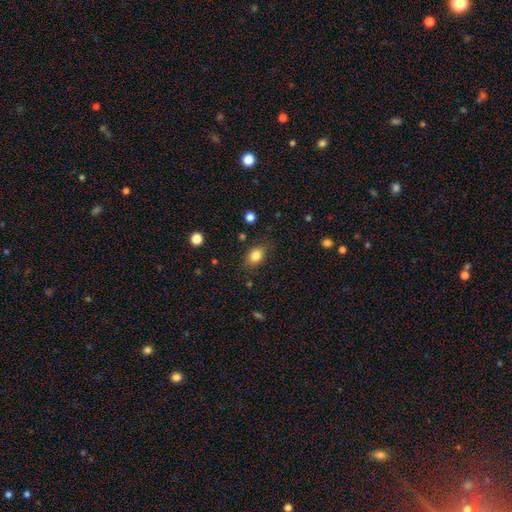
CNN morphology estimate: Smooth or featured?
  - smooth: 83% *
  - star or artifact: 10%
  - featured or disk: 7%
How rounded?
  - in between: 69% *
  - round: 30%
  - cigar-shaped: 1%
Merging?
  - none: 79% *
  - minor disturbance: 15%
  - major disturbance: 4%
  - merger: 2%